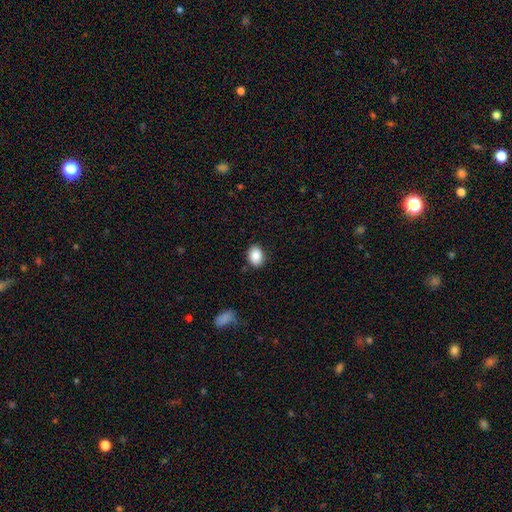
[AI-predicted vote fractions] Q: Smooth or featured?
A: smooth (88%); runner-up: star or artifact (8%)
Q: How rounded?
A: in between (69%); runner-up: round (30%)
Q: Merging?
A: none (86%); runner-up: minor disturbance (10%)